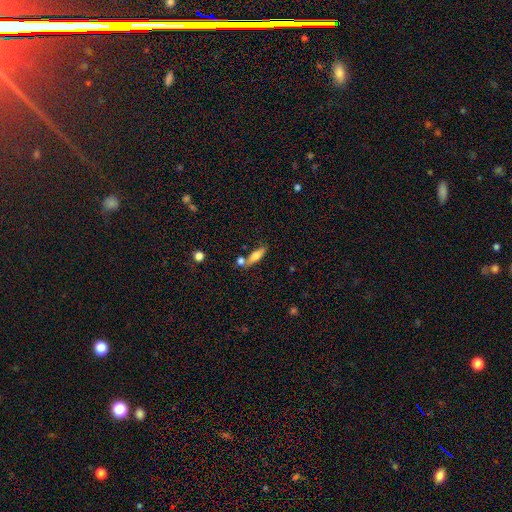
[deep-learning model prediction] The model was most divided on "how rounded": cigar-shaped: 54%, in between: 43%, round: 3%. More confident: smooth or featured — smooth (63%); merging — none (59%).